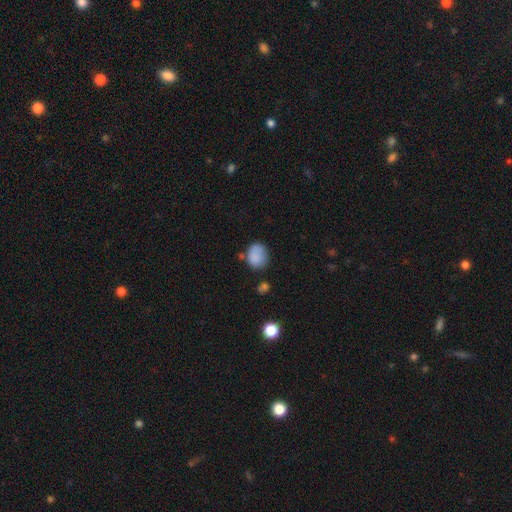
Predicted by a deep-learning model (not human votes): A smooth galaxy with no disk features (83%) that is round (57%).

Vote fractions:
- Smooth or featured? smooth: 83% / star or artifact: 9% / featured or disk: 7%
- How rounded? round: 57% / in between: 42% / cigar-shaped: 1%
- Merging? none: 57% / minor disturbance: 26% / merger: 9% / major disturbance: 8%